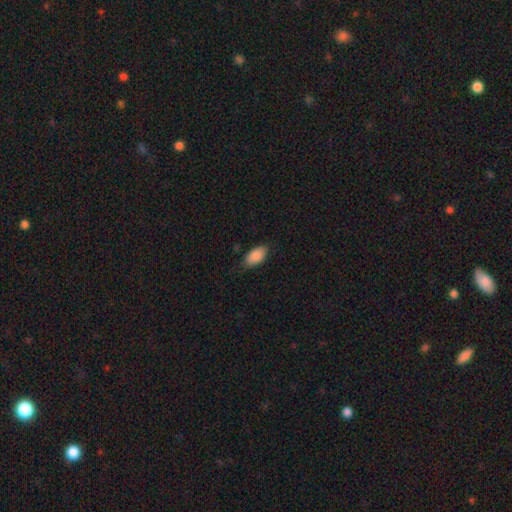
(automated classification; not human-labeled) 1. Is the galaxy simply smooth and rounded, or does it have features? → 87% smooth, 7% star or artifact, 6% featured or disk.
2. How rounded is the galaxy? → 94% in between, 4% round, 3% cigar-shaped.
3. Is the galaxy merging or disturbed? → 78% none, 18% minor disturbance, 3% major disturbance, 1% merger.